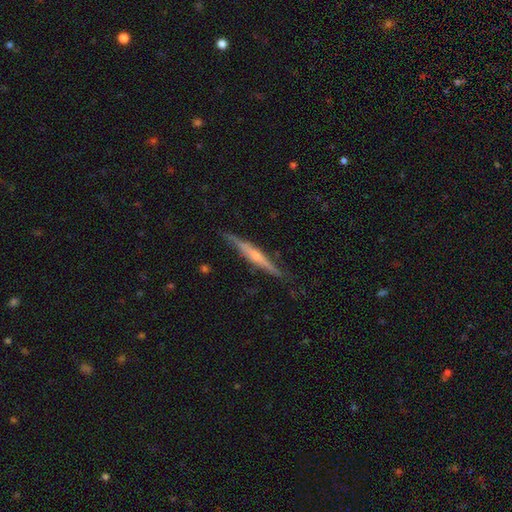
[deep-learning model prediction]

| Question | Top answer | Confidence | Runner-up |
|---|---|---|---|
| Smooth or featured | featured or disk | 71% | smooth (23%) |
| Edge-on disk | yes | 97% | no (3%) |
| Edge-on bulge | rounded | 65% | none (24%) |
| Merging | none | 83% | minor disturbance (13%) |